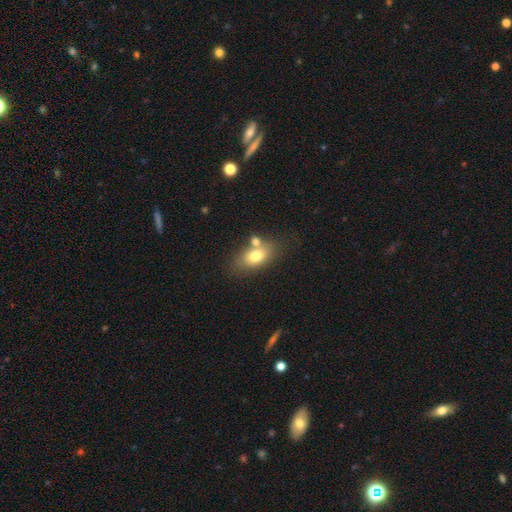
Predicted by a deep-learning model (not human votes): Smooth or featured: smooth — 74% (featured or disk — 18%)
How rounded: in between — 83% (round — 12%)
Merging: none — 55% (merger — 26%)